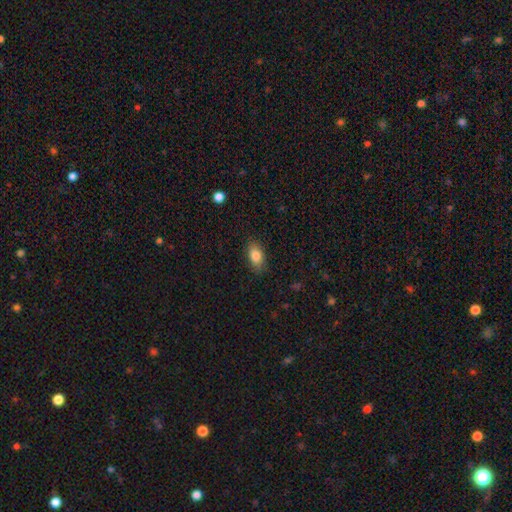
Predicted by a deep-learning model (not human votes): The model was most divided on "smooth or featured": smooth: 83%, featured or disk: 9%, star or artifact: 8%. More confident: how rounded — in between (89%); merging — none (86%).